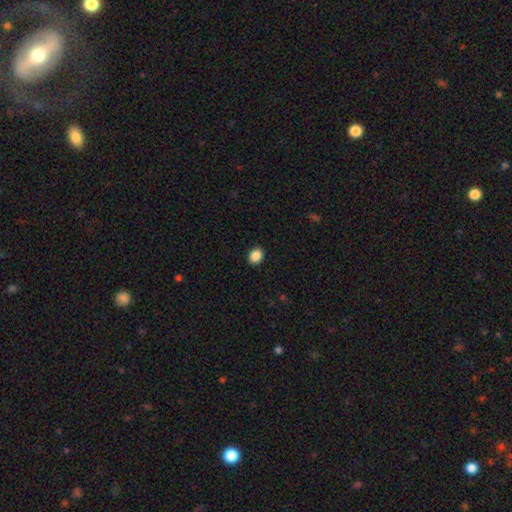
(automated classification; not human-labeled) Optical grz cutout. It shows a smooth galaxy with no disk features (89%) that is in between round and cigar-shaped (53%). Merging: none (91%).